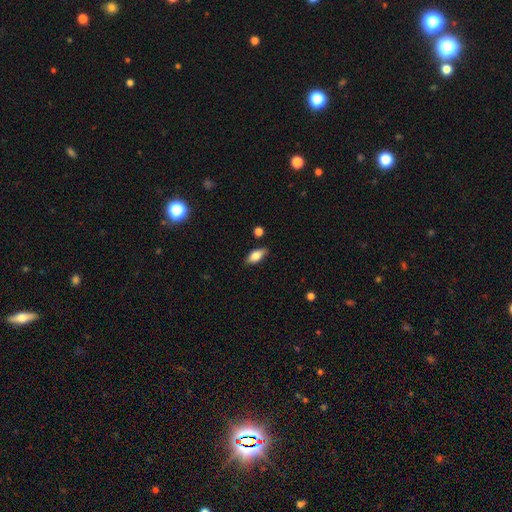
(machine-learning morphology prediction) The model was most divided on "smooth or featured": smooth: 76%, featured or disk: 17%, star or artifact: 7%. More confident: how rounded — in between (84%); merging — none (80%).